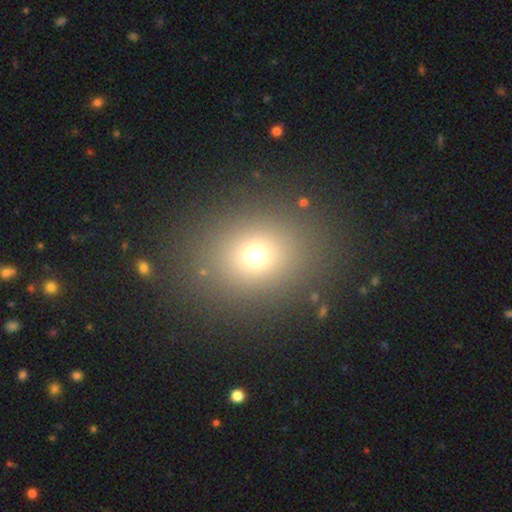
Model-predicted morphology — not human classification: Overall: smooth (69%). How rounded: round (65%; in between 34%). Merging: none (86%).